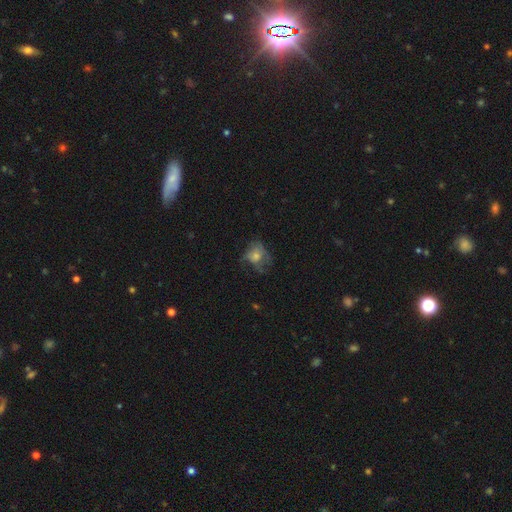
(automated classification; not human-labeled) Smooth or featured? smooth (47%)
Merging? none (42%)